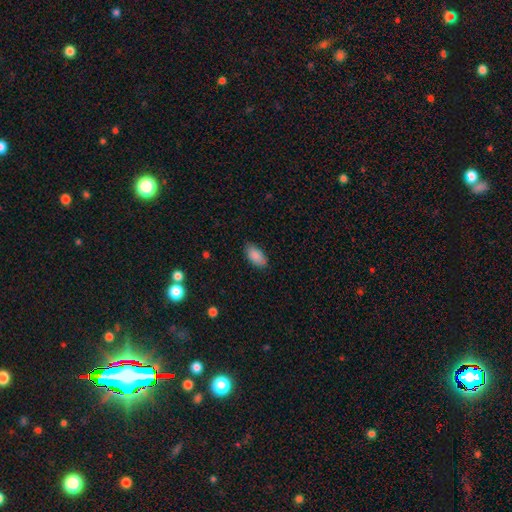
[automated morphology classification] The model was most divided on "merging": none: 83%, minor disturbance: 14%, major disturbance: 3%, merger: 1%. More confident: how rounded — in between (93%); smooth or featured — smooth (88%).